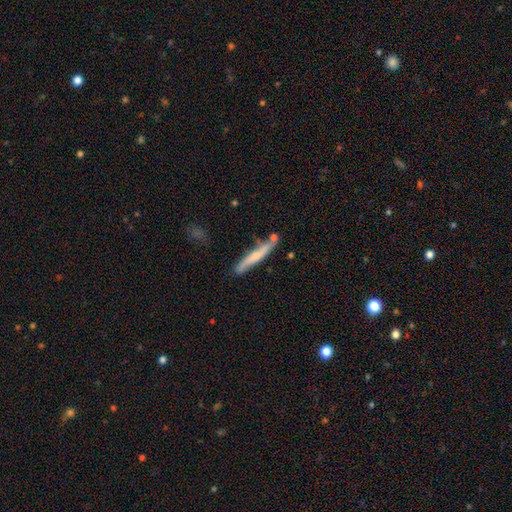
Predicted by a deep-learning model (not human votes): This is possibly a smooth galaxy (53%). How rounded: clearly cigar-shaped (94%). Merging: likely none (72%).